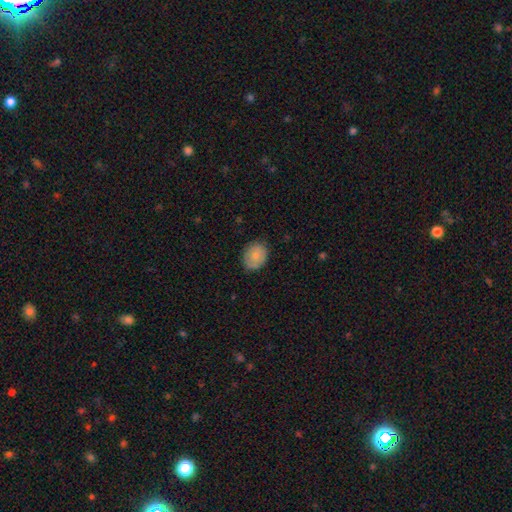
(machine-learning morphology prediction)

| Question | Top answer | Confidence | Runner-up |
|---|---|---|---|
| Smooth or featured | smooth | 78% | featured or disk (15%) |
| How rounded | round | 52% | in between (47%) |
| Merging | none | 81% | minor disturbance (15%) |